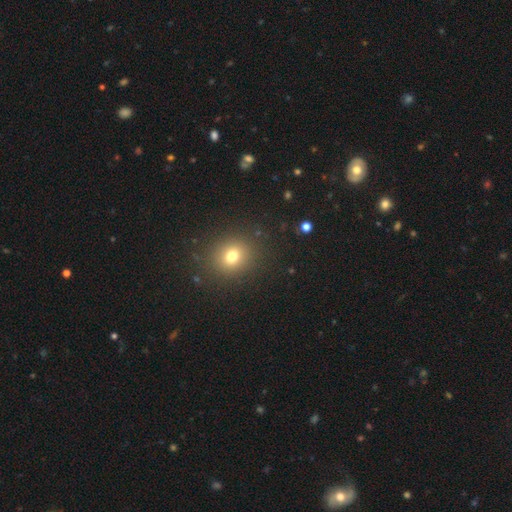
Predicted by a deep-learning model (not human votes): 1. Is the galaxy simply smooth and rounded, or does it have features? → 62% smooth, 31% star or artifact, 7% featured or disk.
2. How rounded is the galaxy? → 82% round, 17% in between, 1% cigar-shaped.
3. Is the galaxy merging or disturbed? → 91% none, 5% minor disturbance, 2% major disturbance, 1% merger.